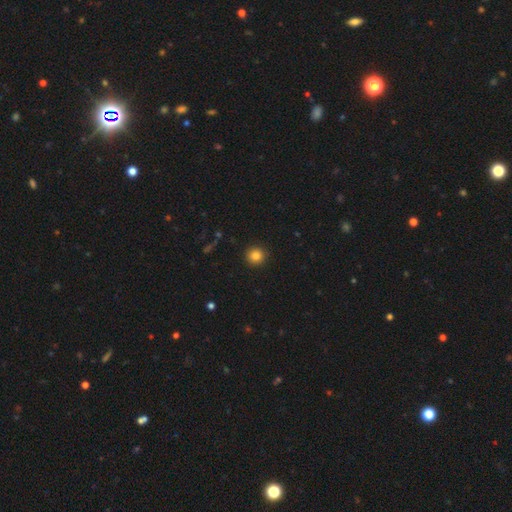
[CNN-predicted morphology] This is clearly a smooth galaxy (83%). How rounded: clearly round (94%). Merging: clearly none (92%).